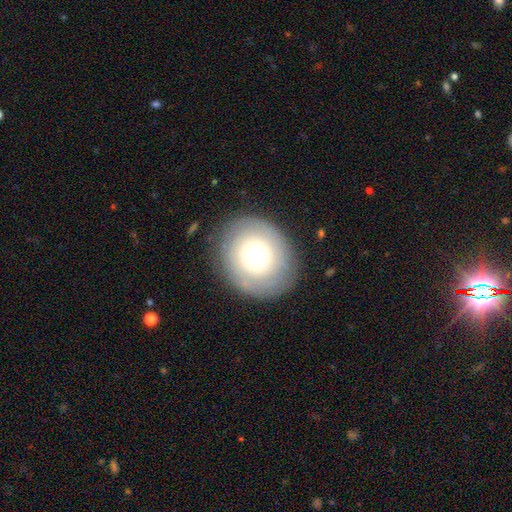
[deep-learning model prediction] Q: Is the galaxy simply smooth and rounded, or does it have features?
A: smooth — 63%.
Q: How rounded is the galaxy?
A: round — 77%.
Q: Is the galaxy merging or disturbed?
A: none — 83%.